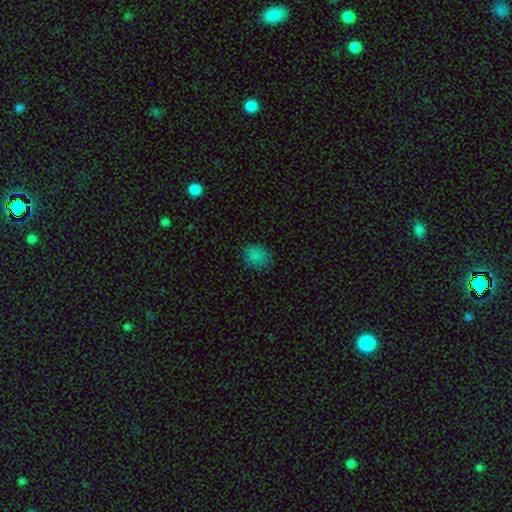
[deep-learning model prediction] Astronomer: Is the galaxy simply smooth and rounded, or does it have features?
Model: smooth — 83%.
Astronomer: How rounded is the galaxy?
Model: round — 66%.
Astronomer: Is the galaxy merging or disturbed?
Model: none — 83%.